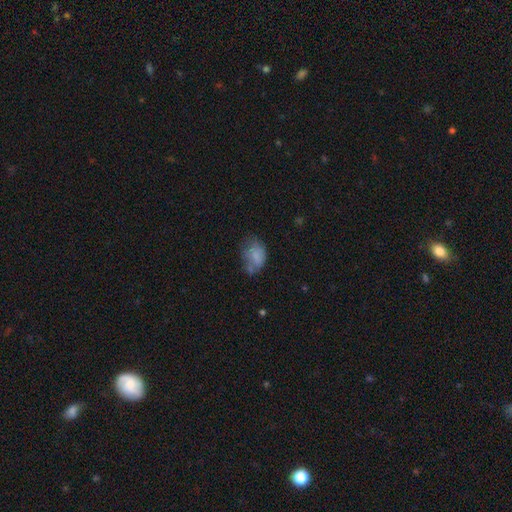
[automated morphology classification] Overall: smooth (70%). How rounded: in between (83%). Merging: none (37%; minor disturbance 35%).